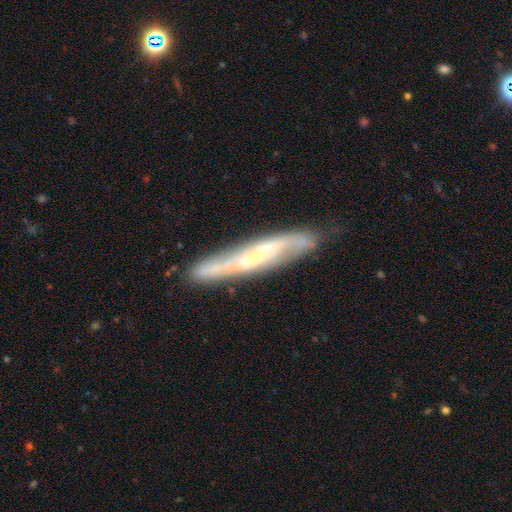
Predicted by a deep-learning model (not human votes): Smooth or featured? featured or disk (68%)
Edge-on disk? yes (60%)
Merging? none (75%)